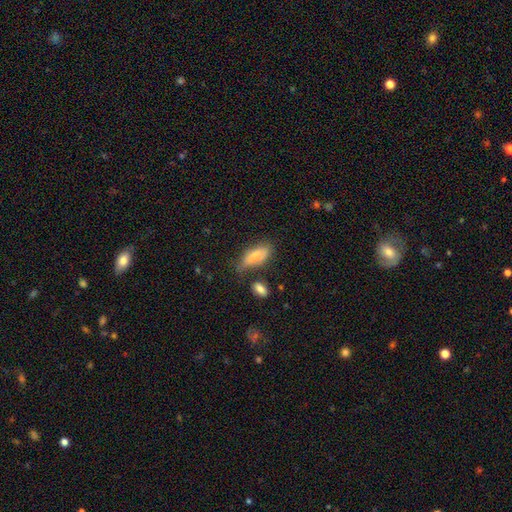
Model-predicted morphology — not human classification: This is likely a smooth galaxy (74%). How rounded: clearly in between (82%). Merging: possibly none (50%).